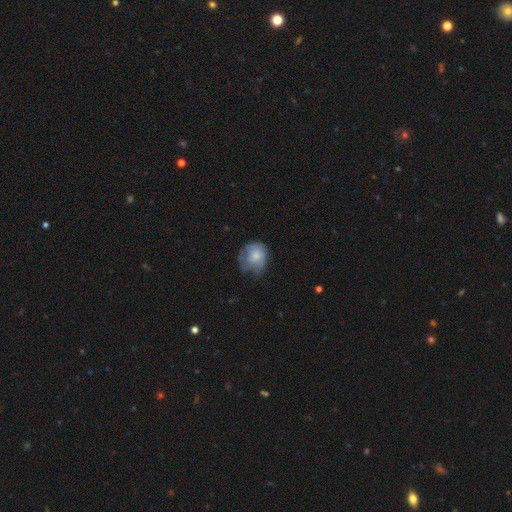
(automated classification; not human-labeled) Overall: smooth (58%; featured or disk 35%). How rounded: round (68%; in between 31%). Merging: none (48%; minor disturbance 31%).